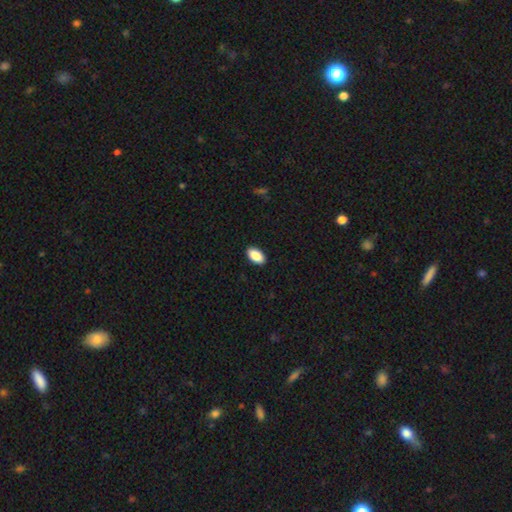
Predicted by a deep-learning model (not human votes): smooth_or_featured: smooth (p=0.90) [alt: star or artifact p=0.07]
how_rounded: in between (p=0.95) [alt: round p=0.03]
merging: none (p=0.90) [alt: minor disturbance p=0.07]